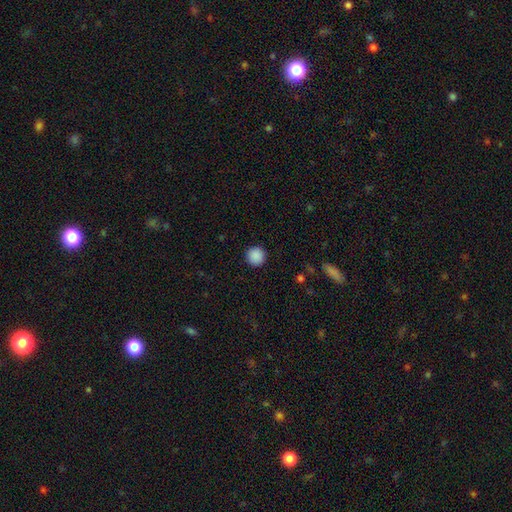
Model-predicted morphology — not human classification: Smooth or featured: smooth — 89% (star or artifact — 9%)
How rounded: round — 95% (in between — 4%)
Merging: none — 93% (minor disturbance — 5%)